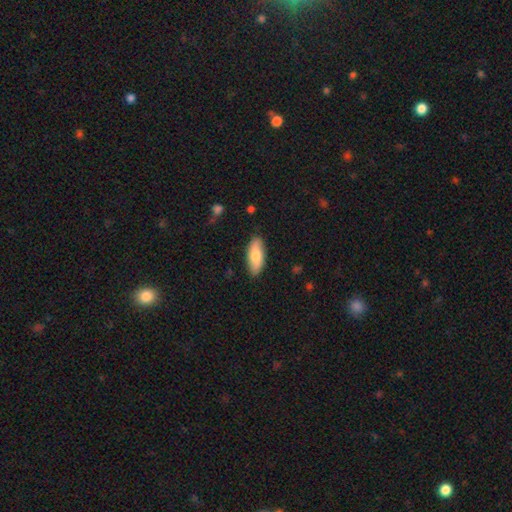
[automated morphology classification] Overall: smooth (76%). How rounded: in between (77%). Merging: none (86%).